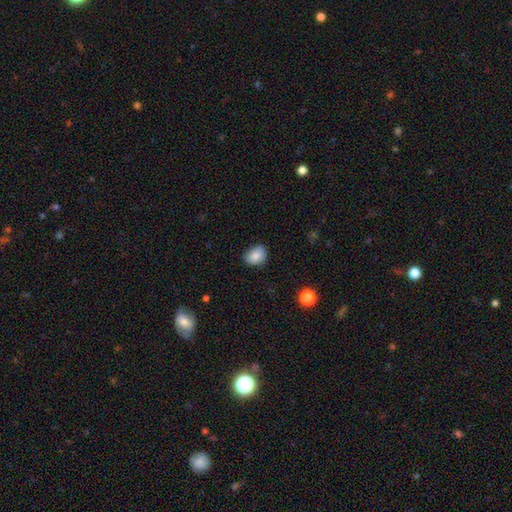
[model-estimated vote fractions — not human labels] Overall: smooth (86%). How rounded: in between (60%; round 39%). Merging: none (78%).